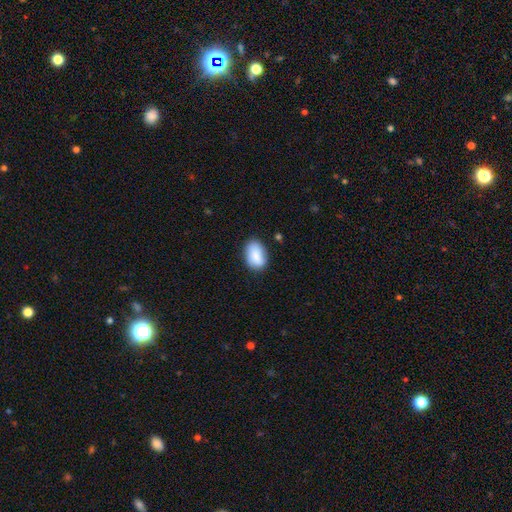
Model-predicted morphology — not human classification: Q: Smooth or featured?
A: smooth (87%); runner-up: star or artifact (7%)
Q: How rounded?
A: in between (88%); runner-up: round (10%)
Q: Merging?
A: none (80%); runner-up: minor disturbance (16%)